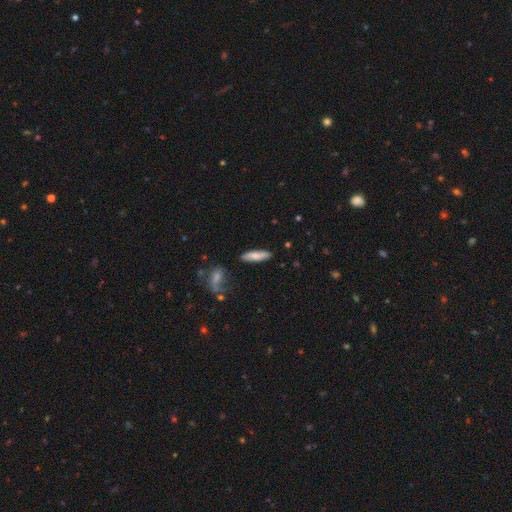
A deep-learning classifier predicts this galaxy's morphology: A smooth galaxy with no disk features (77%) that is cigar-shaped (62%).

Vote fractions:
- Smooth or featured? smooth: 77% / featured or disk: 17% / star or artifact: 7%
- How rounded? cigar-shaped: 62% / in between: 36% / round: 2%
- Merging? none: 85% / minor disturbance: 11% / merger: 3% / major disturbance: 2%